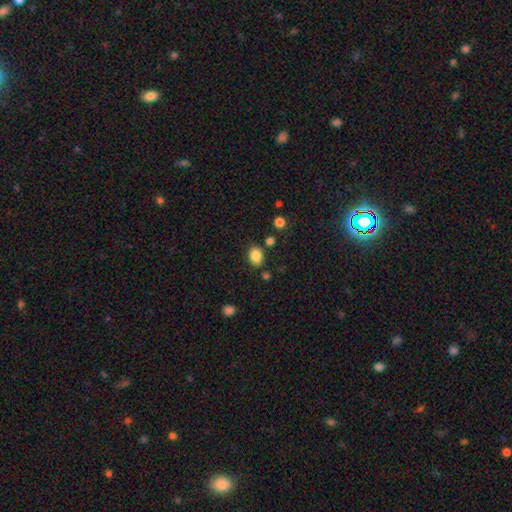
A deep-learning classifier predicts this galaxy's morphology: A smooth galaxy with no disk features (86%) that is in between round and cigar-shaped (69%). Merging: none (80%).